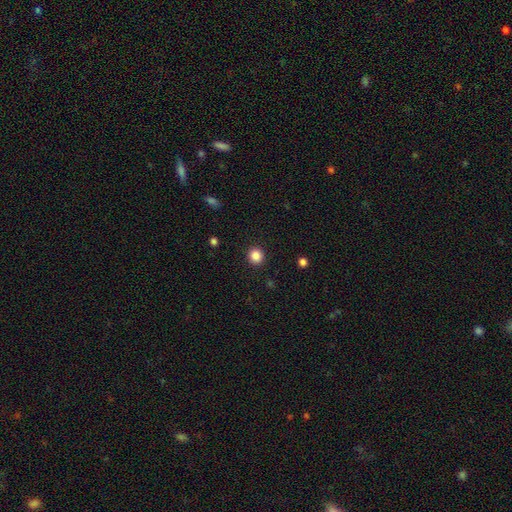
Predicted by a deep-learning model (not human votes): The model was most divided on "smooth or featured": smooth: 86%, star or artifact: 11%, featured or disk: 3%. More confident: merging — none (92%); how rounded — round (92%).